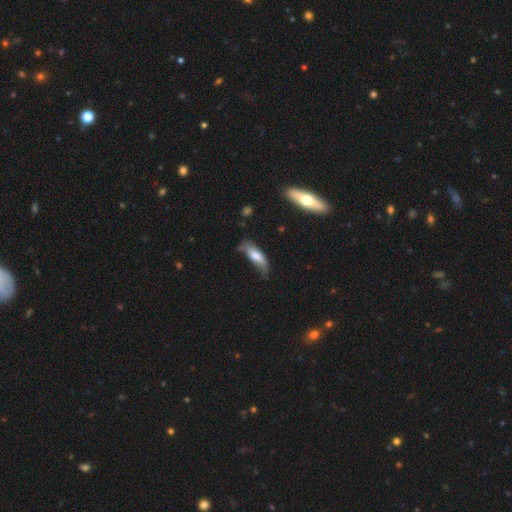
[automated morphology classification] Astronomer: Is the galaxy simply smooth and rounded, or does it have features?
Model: smooth — 62%.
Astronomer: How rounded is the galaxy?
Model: in between — 57% (runner-up: cigar-shaped, 41%).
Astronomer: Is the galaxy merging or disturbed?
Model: none — 45% (runner-up: minor disturbance, 37%).